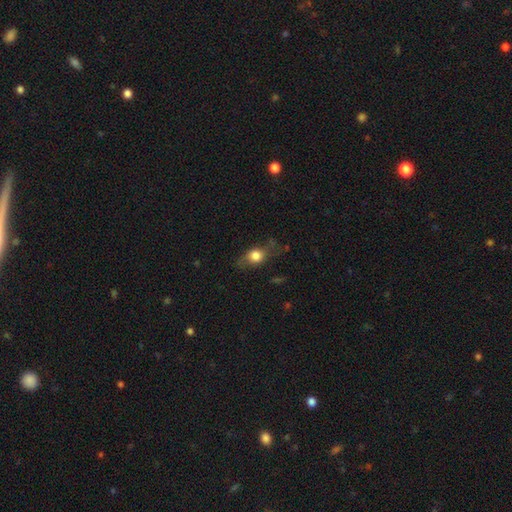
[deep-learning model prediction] Smooth or featured? Predicted: smooth (p=0.68). How rounded? Predicted: in between (p=0.51). Merging? Predicted: none (p=0.58).